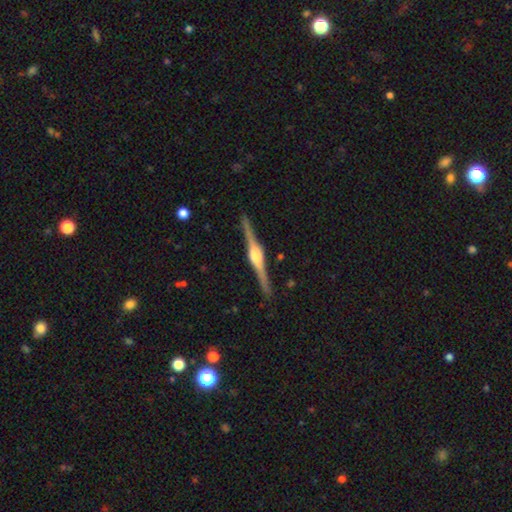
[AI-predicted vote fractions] Q: Smooth or featured?
A: featured or disk (88%); runner-up: smooth (8%)
Q: Edge-on disk?
A: yes (99%); runner-up: no (1%)
Q: Edge-on bulge?
A: rounded (87%); runner-up: boxy (10%)
Q: Merging?
A: none (90%); runner-up: minor disturbance (7%)